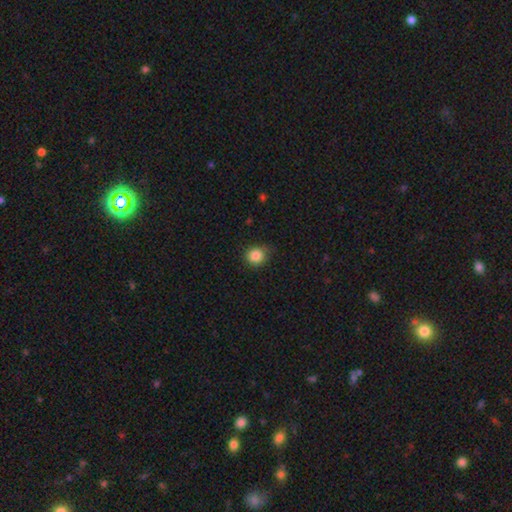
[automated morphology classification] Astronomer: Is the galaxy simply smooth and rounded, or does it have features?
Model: smooth — 85%.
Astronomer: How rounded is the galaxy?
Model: round — 86%.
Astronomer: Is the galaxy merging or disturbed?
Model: none — 79%.